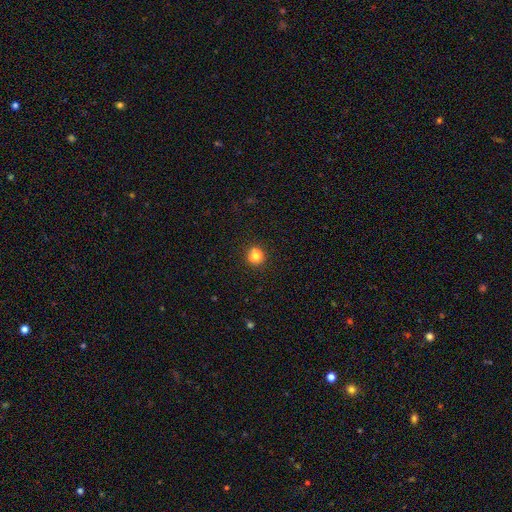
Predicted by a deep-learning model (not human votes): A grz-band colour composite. It shows a smooth galaxy with no disk features (81%) that is round (92%). Merging: none (89%).